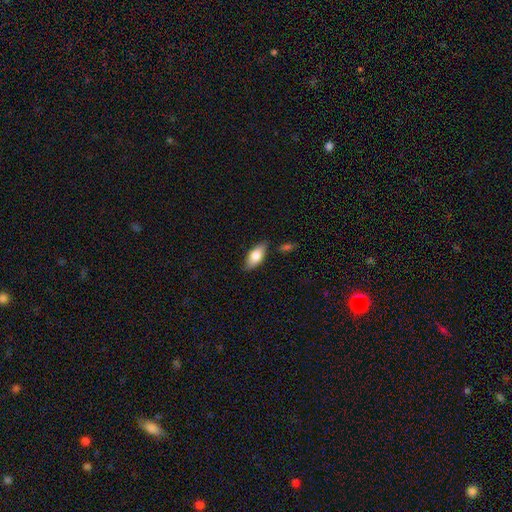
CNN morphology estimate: A smooth galaxy with no disk features (77%) that is in between round and cigar-shaped (87%).

Vote fractions:
- Smooth or featured? smooth: 77% / featured or disk: 17% / star or artifact: 6%
- How rounded? in between: 87% / cigar-shaped: 11% / round: 3%
- Merging? none: 80% / minor disturbance: 13% / merger: 4% / major disturbance: 3%